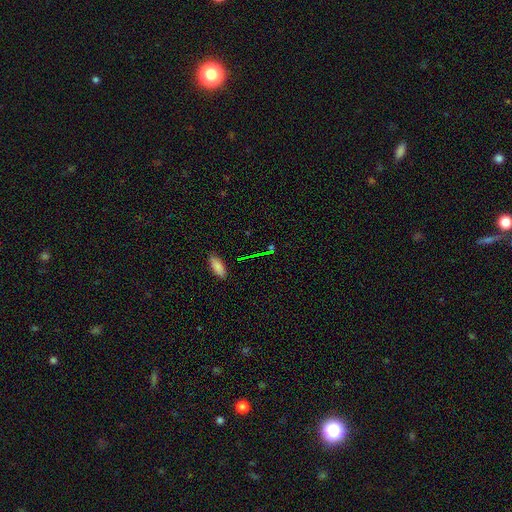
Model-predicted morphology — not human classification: The model was most divided on "smooth or featured": star or artifact: 52%, smooth: 35%, featured or disk: 13%.